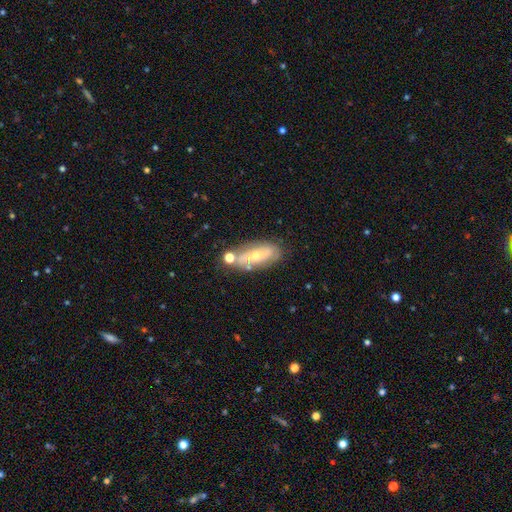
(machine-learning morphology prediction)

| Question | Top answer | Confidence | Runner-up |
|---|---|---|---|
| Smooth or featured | featured or disk | 61% | smooth (30%) |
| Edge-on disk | no | 82% | yes (18%) |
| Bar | no | 62% | weak (25%) |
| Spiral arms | yes | 65% | no (35%) |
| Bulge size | small | 53% | moderate (43%) |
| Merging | none | 65% | minor disturbance (18%) |